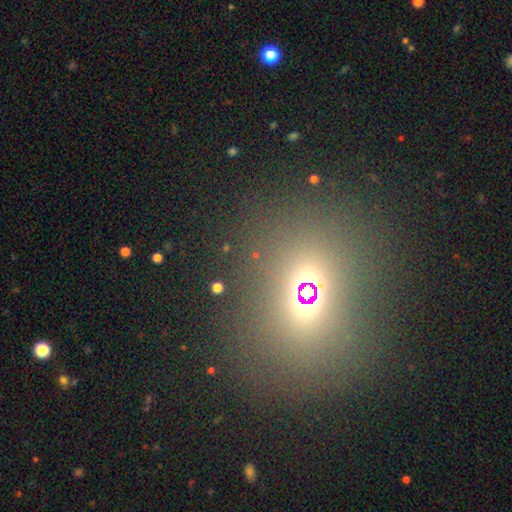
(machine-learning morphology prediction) smooth-or-featured: star or artifact: 57% | smooth: 32% | featured or disk: 11%